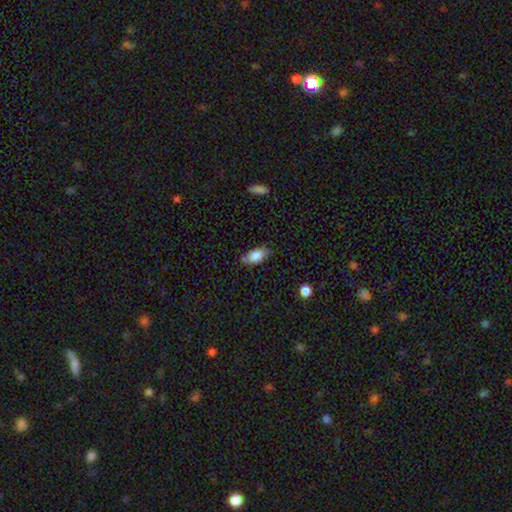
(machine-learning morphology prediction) smooth 81%, featured or disk 11%, star or artifact 8%. Down the decision tree: how rounded — in between (89%); merging — none (68%).